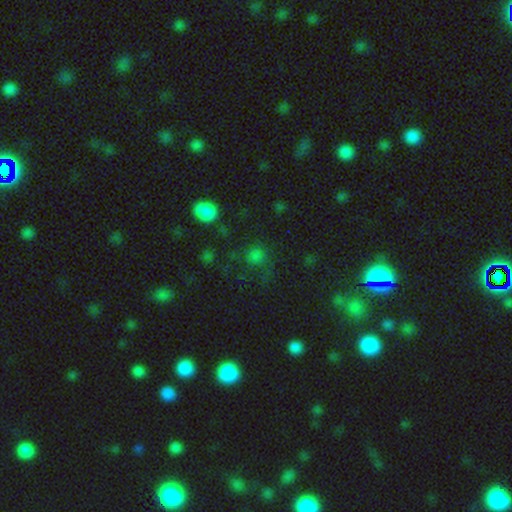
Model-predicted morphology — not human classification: This appears to be a smooth galaxy with no disk features (65%) that is round (87%). Merging: none (69%).